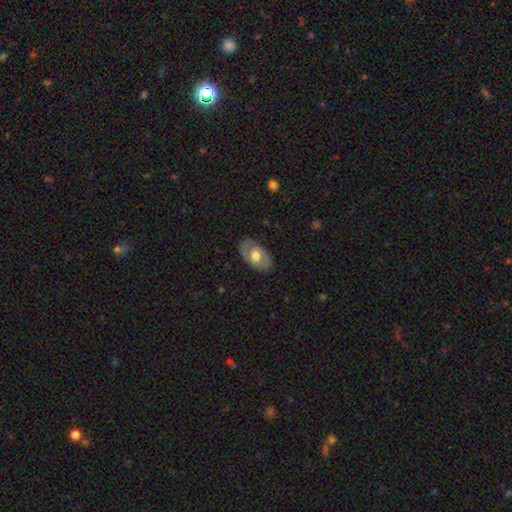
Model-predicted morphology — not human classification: A featured or disk galaxy (57%) with no bar (61%), spiral arms (50%, tied with no) and a moderate central bulge (60%). Merging: none (79%).